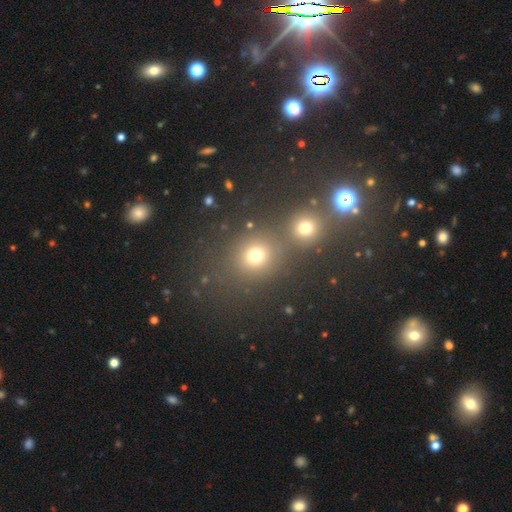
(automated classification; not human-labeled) Smooth or featured: smooth — 73% (star or artifact — 19%)
How rounded: round — 80% (in between — 19%)
Merging: none — 58% (merger — 30%)